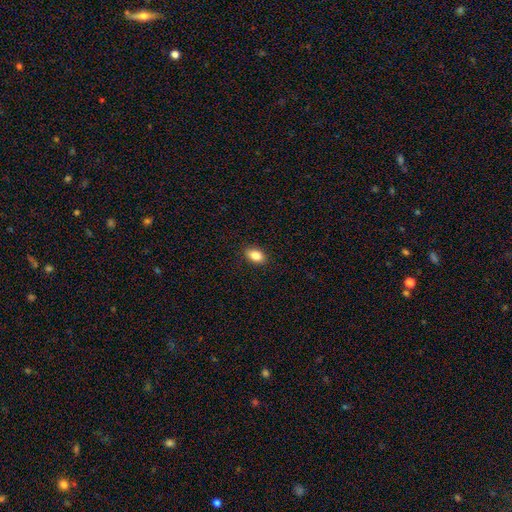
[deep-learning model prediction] A smooth galaxy with no disk features (85%) that is in between round and cigar-shaped (89%).

Vote fractions:
- Smooth or featured? smooth: 85% / star or artifact: 8% / featured or disk: 7%
- How rounded? in between: 89% / round: 9% / cigar-shaped: 2%
- Merging? none: 89% / minor disturbance: 8% / major disturbance: 2% / merger: 1%